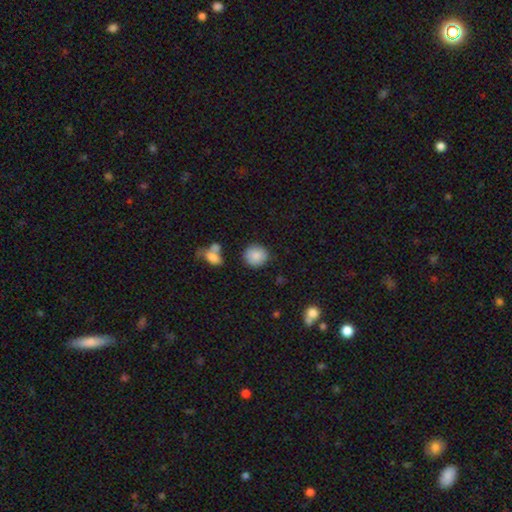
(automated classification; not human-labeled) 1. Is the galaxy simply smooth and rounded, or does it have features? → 87% smooth, 8% star or artifact, 5% featured or disk.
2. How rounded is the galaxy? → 88% round, 11% in between, 1% cigar-shaped.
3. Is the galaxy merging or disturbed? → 83% none, 10% minor disturbance, 4% merger, 3% major disturbance.